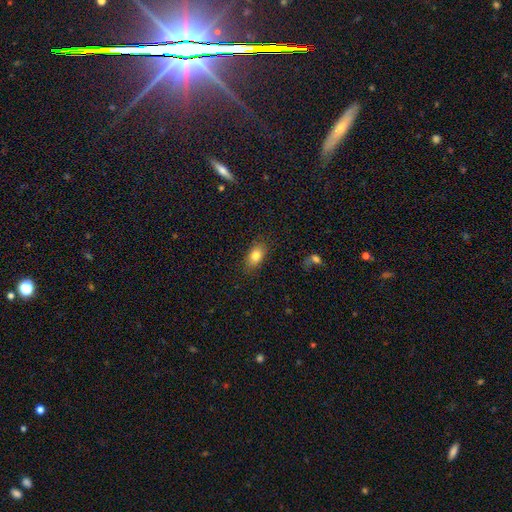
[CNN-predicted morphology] A smooth galaxy with no disk features (82%) that is in between round and cigar-shaped (86%). Merging: none (84%).